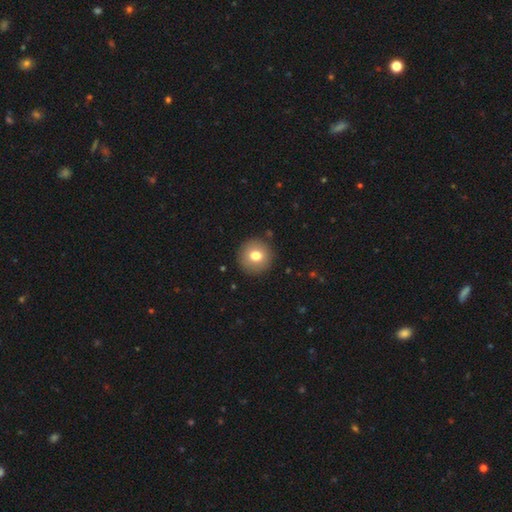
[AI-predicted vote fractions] Morphology: type=smooth (75%); roundness=round (95%); merging=none (91%).